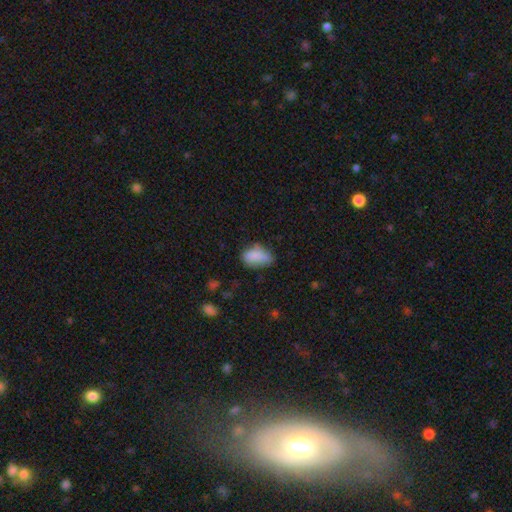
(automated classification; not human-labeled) smooth-or-featured: smooth: 79% | featured or disk: 11% | star or artifact: 10%
  how-rounded: in between: 87% | cigar-shaped: 7% | round: 6%
  merging: none: 45% | minor disturbance: 35% | major disturbance: 16% | merger: 4%